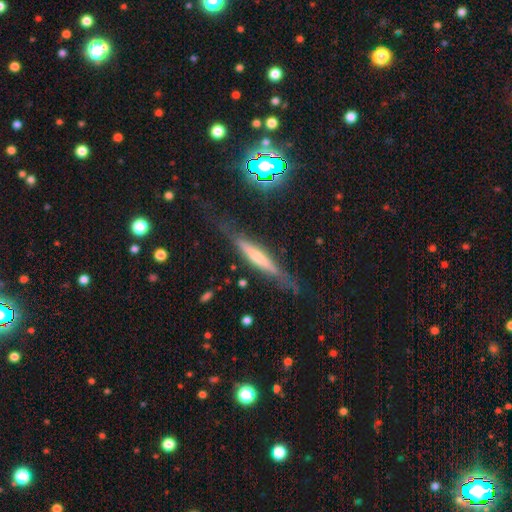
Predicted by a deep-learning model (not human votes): Q: Smooth or featured?
A: featured or disk (53%); runner-up: smooth (40%)
Q: Edge-on disk?
A: yes (91%); runner-up: no (9%)
Q: Merging?
A: none (71%); runner-up: minor disturbance (19%)